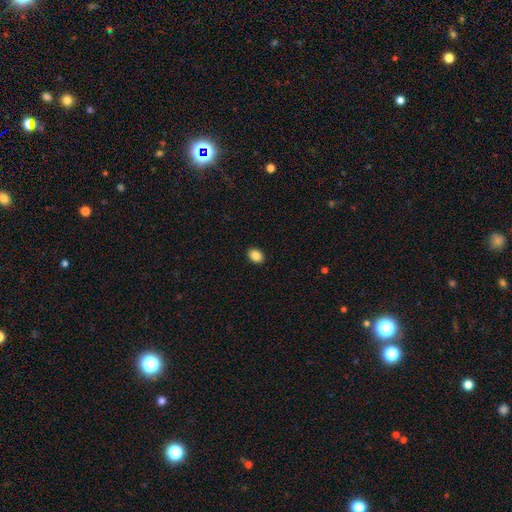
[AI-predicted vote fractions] The model was most divided on "how rounded": in between: 63%, round: 36%, cigar-shaped: 1%. More confident: merging — none (91%); smooth or featured — smooth (87%).